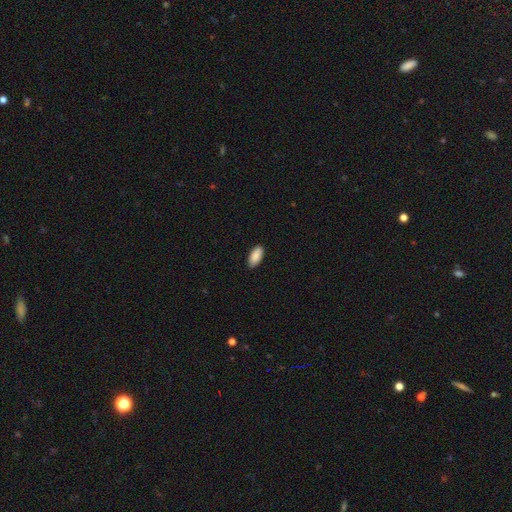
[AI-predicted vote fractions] Smooth or featured?
  - smooth: 90% *
  - star or artifact: 6%
  - featured or disk: 4%
How rounded?
  - in between: 92% *
  - cigar-shaped: 6%
  - round: 2%
Merging?
  - none: 88% *
  - minor disturbance: 9%
  - major disturbance: 2%
  - merger: 1%